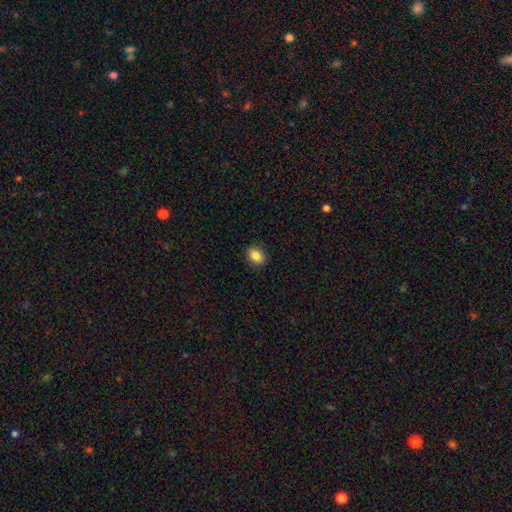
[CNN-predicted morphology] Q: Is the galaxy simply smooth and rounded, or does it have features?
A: smooth — 87%.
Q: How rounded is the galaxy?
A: in between — 65%.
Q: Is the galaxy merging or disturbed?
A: none — 89%.